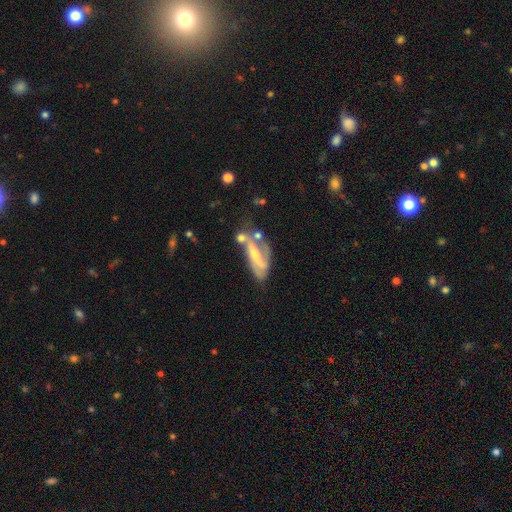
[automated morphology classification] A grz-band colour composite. It shows a featured or disk galaxy (66%) with a strong bar (35%), spiral arms (74%) and a small central bulge (44%). Merging: none (30%).